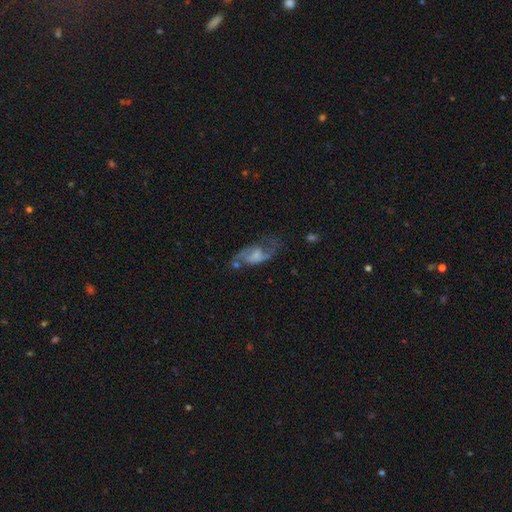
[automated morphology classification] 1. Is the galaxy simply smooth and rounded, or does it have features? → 75% featured or disk, 17% smooth, 8% star or artifact.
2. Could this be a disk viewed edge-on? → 95% no, 5% yes.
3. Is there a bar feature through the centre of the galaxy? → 44% weak (tied), 44% no (tied), 12% strong.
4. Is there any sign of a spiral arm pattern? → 90% yes, 10% no.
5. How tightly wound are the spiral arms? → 51% loose, 40% medium, 9% tight.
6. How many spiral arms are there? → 88% 2, 5% can't tell, 4% 1, 1% 3, 1% 4, 1% more than 4.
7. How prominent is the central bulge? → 34% small, 32% none, 24% moderate, 8% large, 2% dominant.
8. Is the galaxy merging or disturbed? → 55% none, 21% minor disturbance, 18% major disturbance, 6% merger.